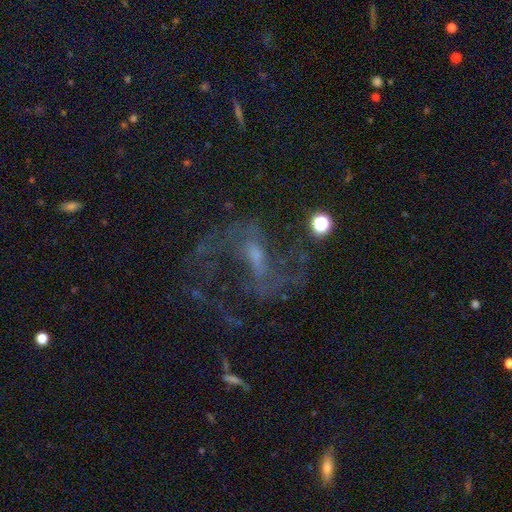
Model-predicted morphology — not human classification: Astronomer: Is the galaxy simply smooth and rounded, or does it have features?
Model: featured or disk — 76%.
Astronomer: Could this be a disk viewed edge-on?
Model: no — 96%.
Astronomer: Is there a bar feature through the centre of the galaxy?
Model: weak — 48% (runner-up: no, 26%).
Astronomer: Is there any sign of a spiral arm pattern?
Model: yes — 82%.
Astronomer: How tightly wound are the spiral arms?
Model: loose — 50% (runner-up: medium, 39%).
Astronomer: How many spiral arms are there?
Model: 2 — 72%.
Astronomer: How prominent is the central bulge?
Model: small — 52% (runner-up: moderate, 28%).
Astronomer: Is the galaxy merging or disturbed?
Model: none — 50% (runner-up: major disturbance, 31%).